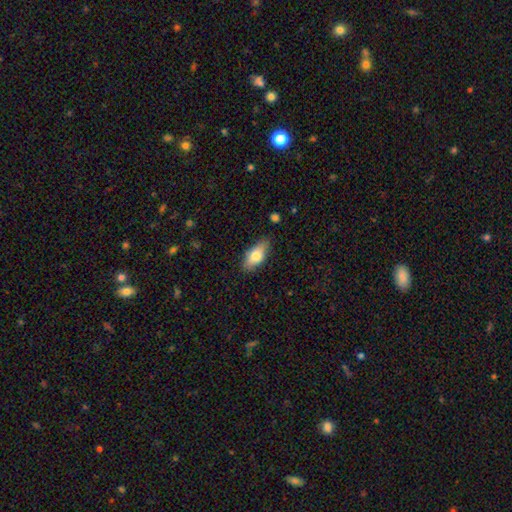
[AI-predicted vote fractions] Smooth or featured?
  - smooth: 73% *
  - featured or disk: 20%
  - star or artifact: 7%
How rounded?
  - in between: 81% *
  - cigar-shaped: 15%
  - round: 3%
Merging?
  - none: 82% *
  - minor disturbance: 14%
  - major disturbance: 3%
  - merger: 1%